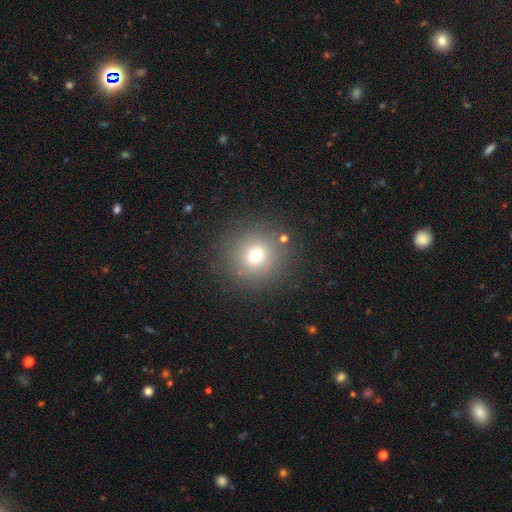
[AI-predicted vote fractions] Smooth or featured: smooth — 69% (star or artifact — 18%)
How rounded: round — 92% (in between — 7%)
Merging: none — 85% (minor disturbance — 8%)